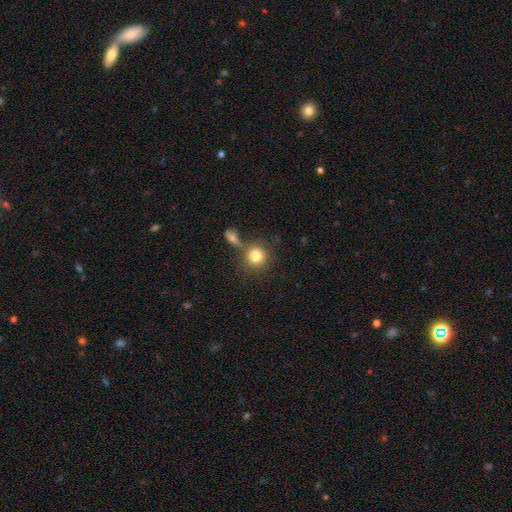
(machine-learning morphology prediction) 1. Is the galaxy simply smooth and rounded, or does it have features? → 81% smooth, 10% star or artifact, 9% featured or disk.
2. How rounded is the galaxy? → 90% round, 9% in between, 1% cigar-shaped.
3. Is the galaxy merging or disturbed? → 58% none, 26% merger, 11% minor disturbance, 6% major disturbance.